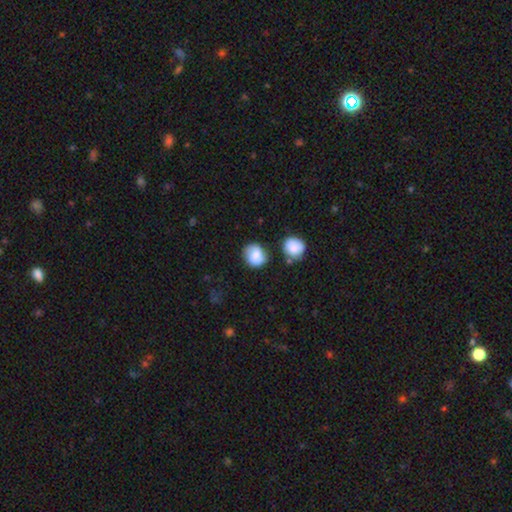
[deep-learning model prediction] smooth 79%, featured or disk 13%, star or artifact 8%. Down the decision tree: how rounded — round (77%); merging — none (68%).